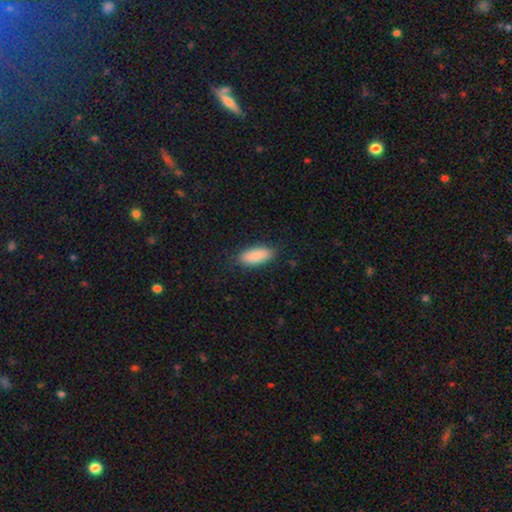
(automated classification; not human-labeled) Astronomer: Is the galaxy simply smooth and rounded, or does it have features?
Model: smooth — 89%.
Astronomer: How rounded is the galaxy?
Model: in between — 84%.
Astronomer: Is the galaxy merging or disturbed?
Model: none — 83%.